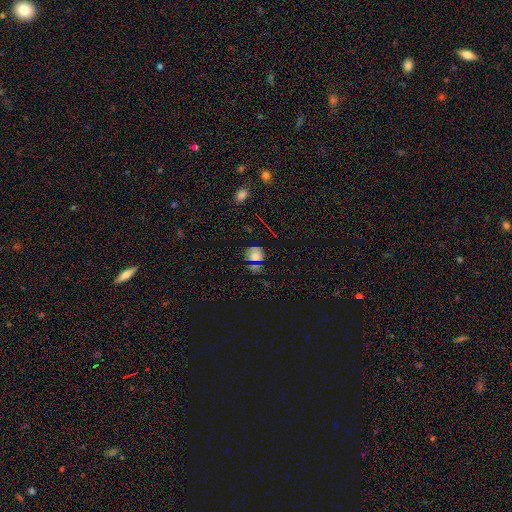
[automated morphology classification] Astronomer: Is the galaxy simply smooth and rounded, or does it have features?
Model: smooth — 58%.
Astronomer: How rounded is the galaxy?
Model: round — 80%.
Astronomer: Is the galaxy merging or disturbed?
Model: none — 80%.